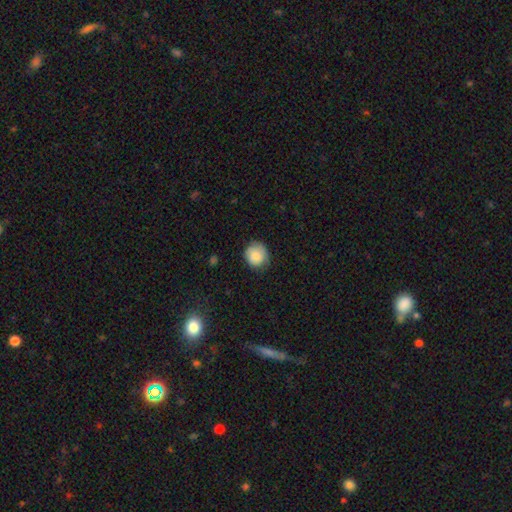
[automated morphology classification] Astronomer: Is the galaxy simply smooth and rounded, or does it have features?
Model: smooth — 83%.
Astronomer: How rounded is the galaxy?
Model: round — 86%.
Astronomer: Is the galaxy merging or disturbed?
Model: none — 74%.